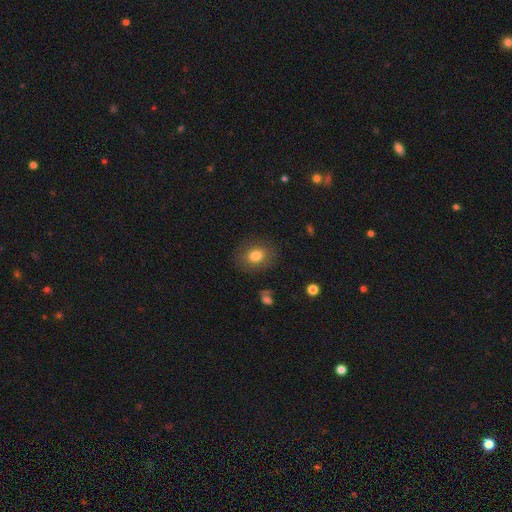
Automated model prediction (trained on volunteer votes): A smooth galaxy with no disk features (79%) that is in between round and cigar-shaped (51%). Merging: none (83%).